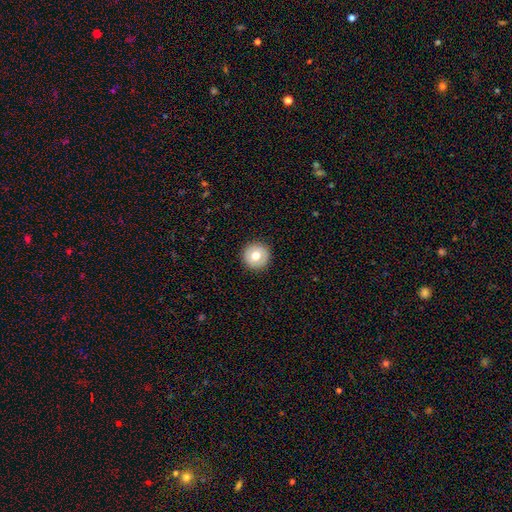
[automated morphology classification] This appears to be a smooth galaxy with no disk features (73%) that is round (96%). Merging: none (92%).